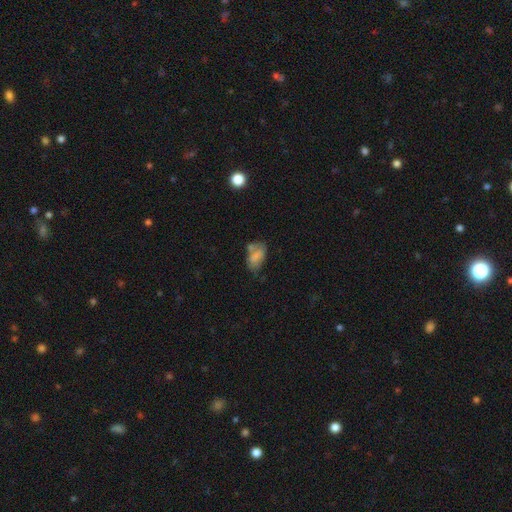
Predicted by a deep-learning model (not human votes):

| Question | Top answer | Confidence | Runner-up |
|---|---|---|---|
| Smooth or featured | smooth | 69% | featured or disk (21%) |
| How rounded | in between | 90% | round (8%) |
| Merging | none | 34% | merger (26%) |